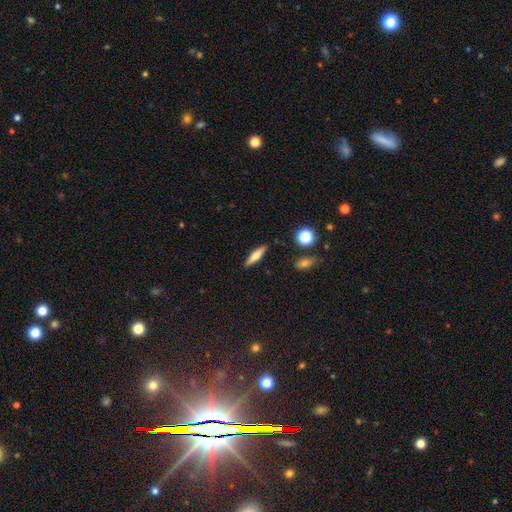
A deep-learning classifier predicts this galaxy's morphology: This appears to be a smooth galaxy with no disk features (58%) that is cigar-shaped (74%). Merging: none (88%).